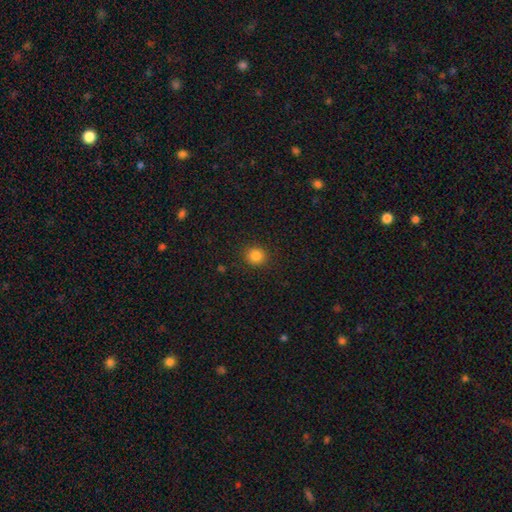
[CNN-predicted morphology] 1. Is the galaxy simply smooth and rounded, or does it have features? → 84% smooth, 11% star or artifact, 4% featured or disk.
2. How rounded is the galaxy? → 87% round, 12% in between, 1% cigar-shaped.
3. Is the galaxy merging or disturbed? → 90% none, 6% minor disturbance, 2% major disturbance, 1% merger.